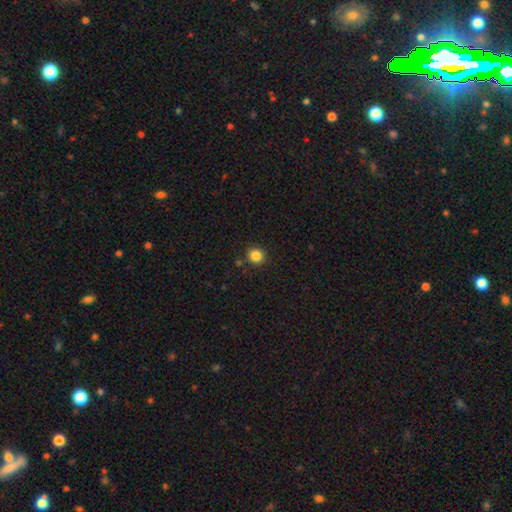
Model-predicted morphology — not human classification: This appears to be a smooth galaxy with no disk features (84%) that is round (93%). Merging: none (89%).